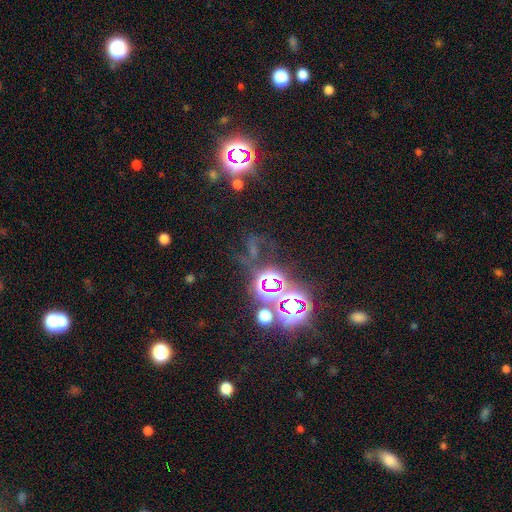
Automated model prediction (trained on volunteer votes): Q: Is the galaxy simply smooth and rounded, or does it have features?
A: star or artifact — 74%.